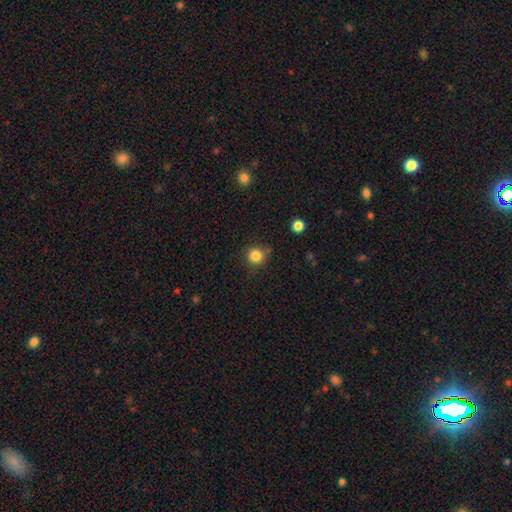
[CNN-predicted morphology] This is clearly a smooth galaxy (84%). How rounded: clearly round (93%). Merging: clearly none (83%).